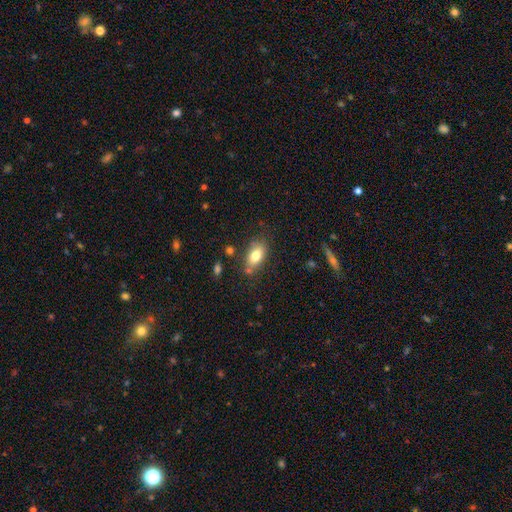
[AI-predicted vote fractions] Smooth or featured: smooth — 79% (featured or disk — 13%)
How rounded: in between — 88% (round — 8%)
Merging: none — 72% (minor disturbance — 17%)